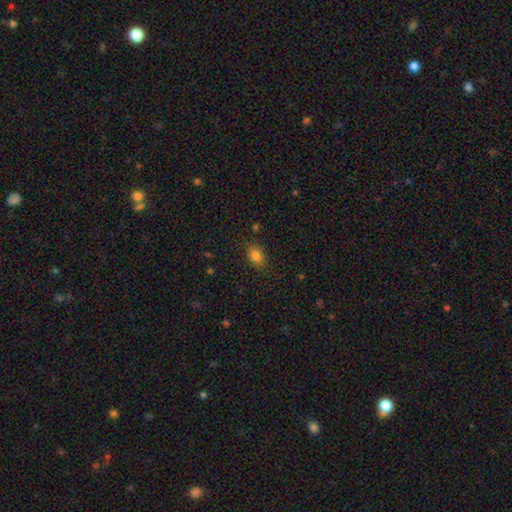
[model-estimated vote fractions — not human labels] smooth-or-featured: smooth: 82% | star or artifact: 12% | featured or disk: 7%
  how-rounded: in between: 75% | round: 23% | cigar-shaped: 2%
  merging: none: 85% | minor disturbance: 11% | major disturbance: 3% | merger: 1%